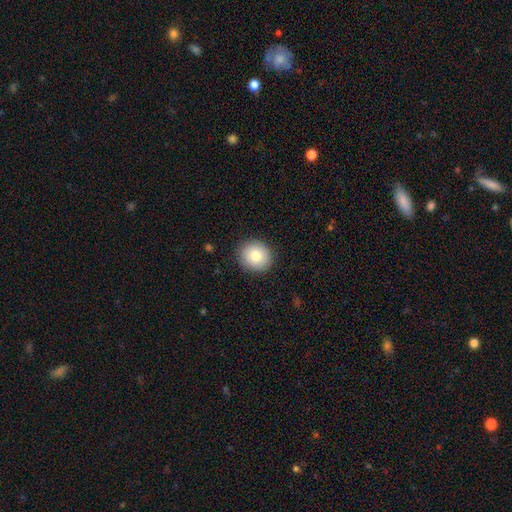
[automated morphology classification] Q: Smooth or featured?
A: smooth (83%); runner-up: featured or disk (9%)
Q: How rounded?
A: round (86%); runner-up: in between (13%)
Q: Merging?
A: none (90%); runner-up: minor disturbance (7%)